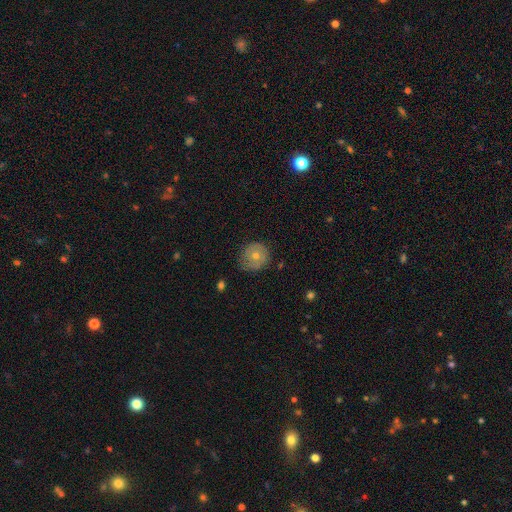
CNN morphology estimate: This is possibly a featured or disk galaxy (48%). Merging: likely none (78%).